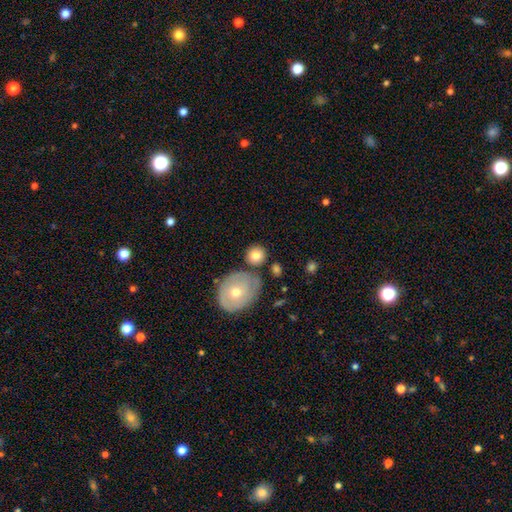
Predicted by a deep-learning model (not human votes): Smooth or featured?
  - smooth: 78% *
  - featured or disk: 14%
  - star or artifact: 7%
How rounded?
  - round: 85% *
  - in between: 14%
  - cigar-shaped: 1%
Merging?
  - none: 72% *
  - merger: 13%
  - minor disturbance: 12%
  - major disturbance: 4%